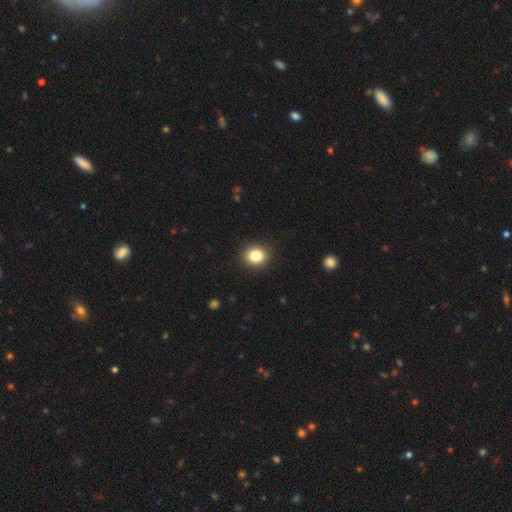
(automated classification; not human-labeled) Q: Smooth or featured?
A: smooth (85%); runner-up: star or artifact (10%)
Q: How rounded?
A: round (77%); runner-up: in between (23%)
Q: Merging?
A: none (90%); runner-up: minor disturbance (7%)